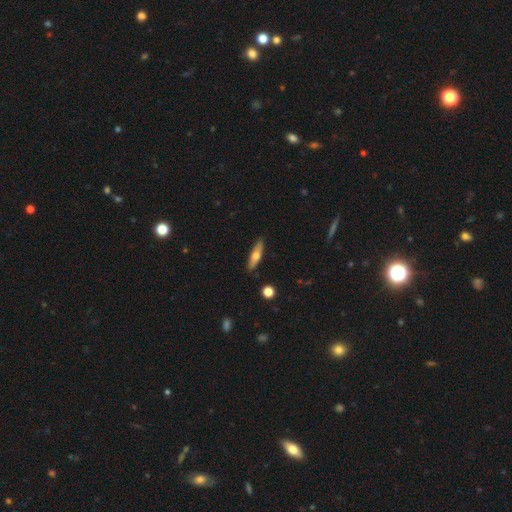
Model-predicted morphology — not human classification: The model was most divided on "smooth or featured": smooth: 52%, featured or disk: 41%, star or artifact: 7%. More confident: merging — none (88%); how rounded — cigar-shaped (72%).